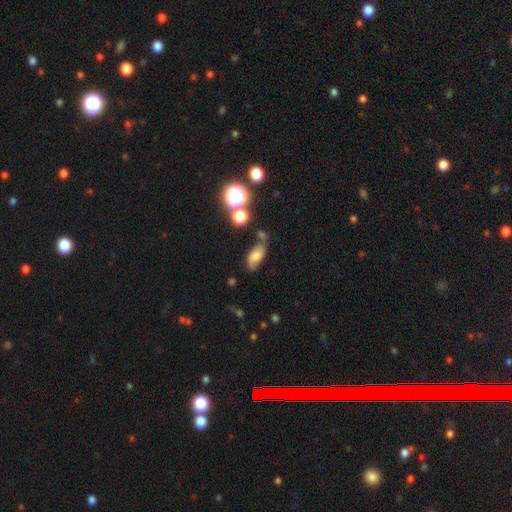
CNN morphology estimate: smooth 60%, featured or disk 26%, star or artifact 14%. Down the decision tree: how rounded — in between (81%); merging — none (60%).